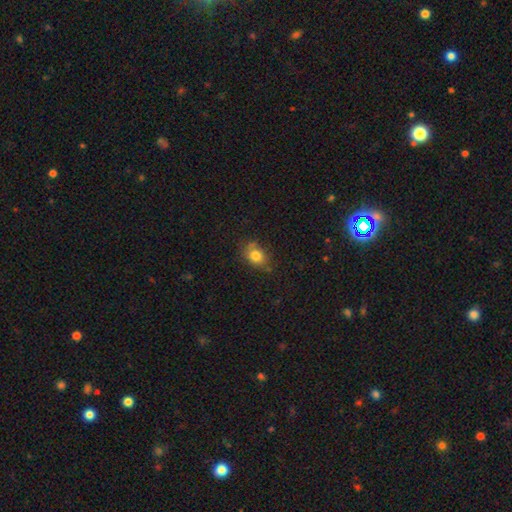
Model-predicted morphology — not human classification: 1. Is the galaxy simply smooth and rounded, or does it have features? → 80% smooth, 10% featured or disk, 10% star or artifact.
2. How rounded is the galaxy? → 64% in between, 35% round, 1% cigar-shaped.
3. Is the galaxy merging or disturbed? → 69% none, 22% minor disturbance, 5% major disturbance, 4% merger.